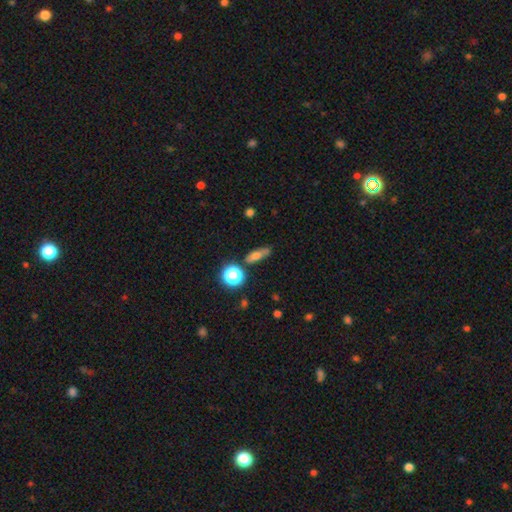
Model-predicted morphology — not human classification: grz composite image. It shows a smooth galaxy with no disk features (66%) that is in between round and cigar-shaped (47%). Merging: none (65%).